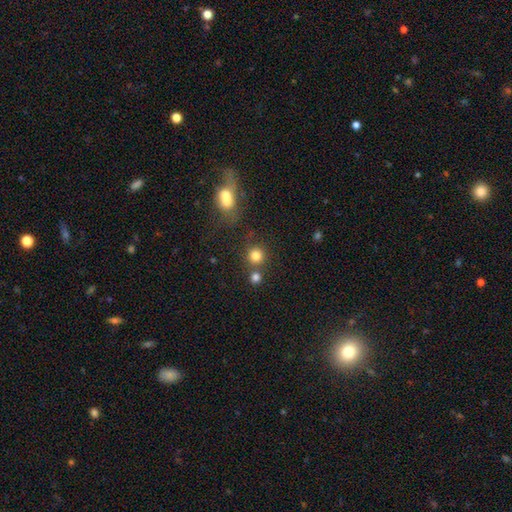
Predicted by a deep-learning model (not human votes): This is clearly a smooth galaxy (81%). How rounded: clearly round (90%). Merging: likely none (68%).